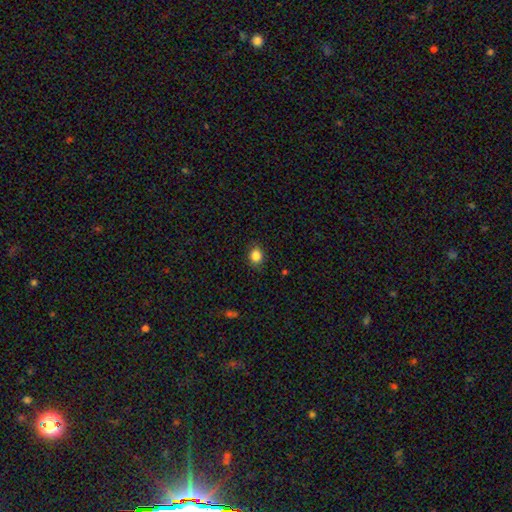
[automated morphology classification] type=smooth (84%); roundness=round (61%); merging=none (87%).